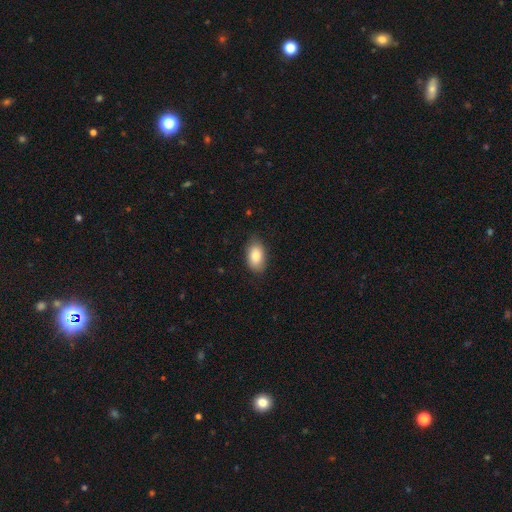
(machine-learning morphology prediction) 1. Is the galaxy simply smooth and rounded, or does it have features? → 83% smooth, 10% featured or disk, 7% star or artifact.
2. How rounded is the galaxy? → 91% in between, 7% round, 2% cigar-shaped.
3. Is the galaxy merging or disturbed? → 81% none, 15% minor disturbance, 3% major disturbance, 1% merger.